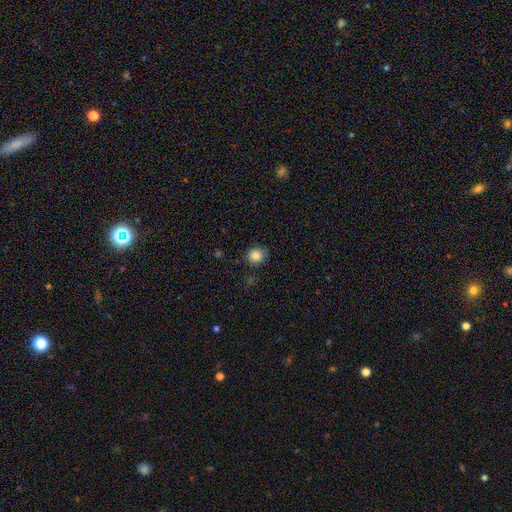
Morphology: type=smooth (92%); roundness=round (100%); merging=none (69%).